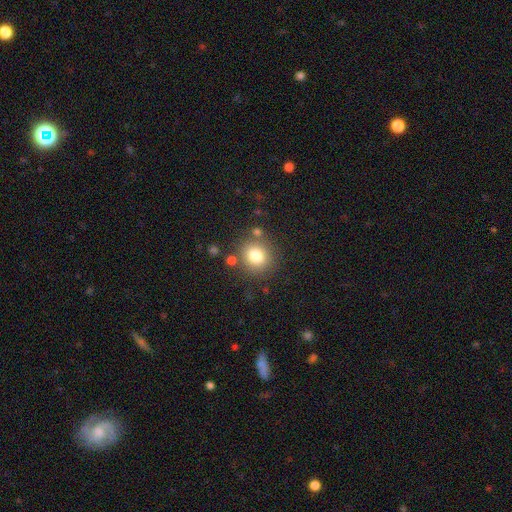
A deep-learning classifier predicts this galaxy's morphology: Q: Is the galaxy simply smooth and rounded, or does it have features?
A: smooth — 79%.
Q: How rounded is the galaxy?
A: round — 86%.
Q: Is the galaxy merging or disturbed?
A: none — 80%.